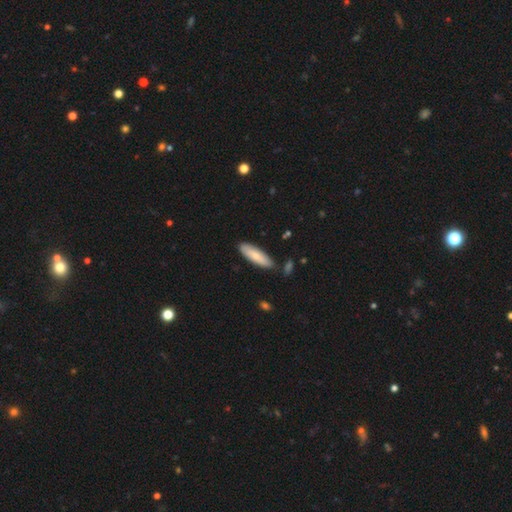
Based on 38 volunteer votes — Overall: smooth (82%). How rounded: cigar-shaped (52%; in between 48%). Merging: none (92%).